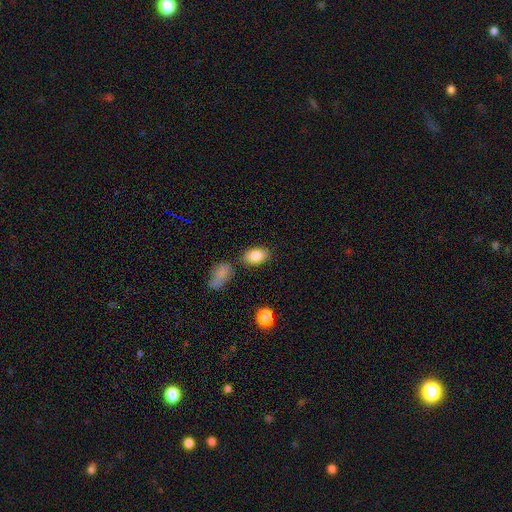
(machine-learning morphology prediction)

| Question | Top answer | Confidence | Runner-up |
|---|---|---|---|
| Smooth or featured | smooth | 85% | featured or disk (8%) |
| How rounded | in between | 89% | round (10%) |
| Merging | none | 74% | minor disturbance (13%) |